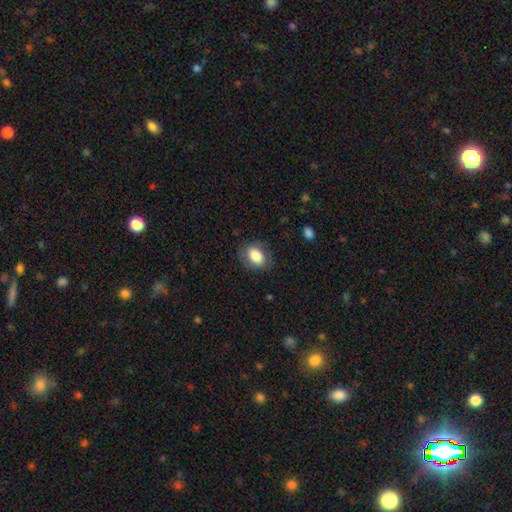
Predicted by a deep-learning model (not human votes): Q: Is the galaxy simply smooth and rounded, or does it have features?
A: smooth — 82%.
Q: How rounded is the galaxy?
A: in between — 74%.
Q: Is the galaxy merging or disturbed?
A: none — 80%.